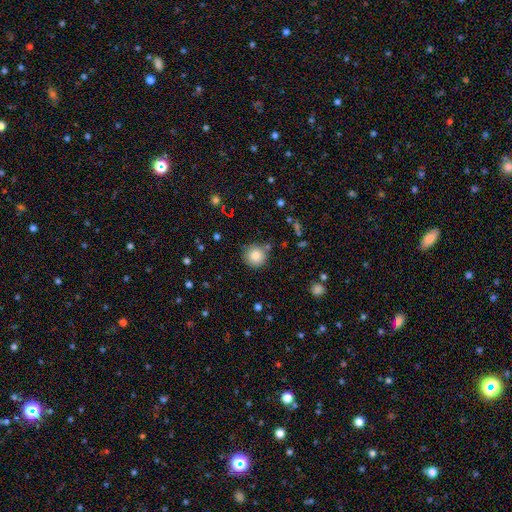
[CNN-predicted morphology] A smooth galaxy with no disk features (84%) that is round (94%). Merging: none (84%).